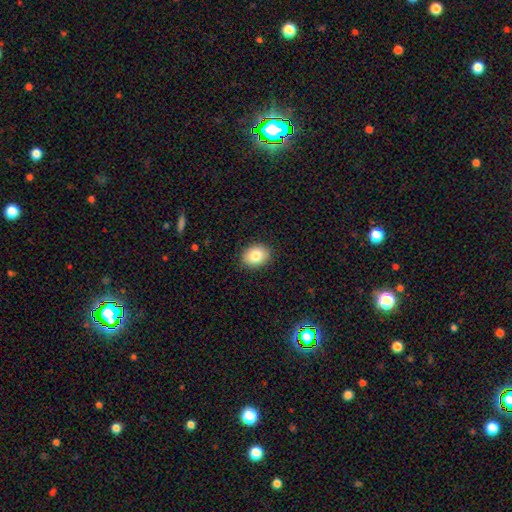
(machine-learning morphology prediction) A smooth galaxy with no disk features (83%) that is in between round and cigar-shaped (57%). Merging: none (89%).